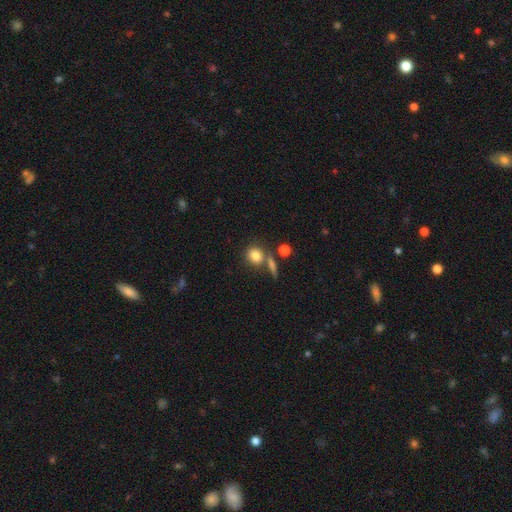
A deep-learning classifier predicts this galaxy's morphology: This is clearly a smooth galaxy (81%). How rounded: likely round (77%). Merging: likely none (63%).